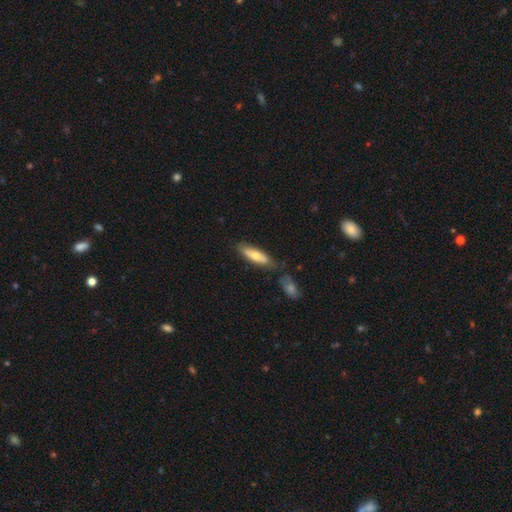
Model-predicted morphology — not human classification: A smooth galaxy with no disk features (65%) that is cigar-shaped (58%).

Vote fractions:
- Smooth or featured? smooth: 65% / featured or disk: 29% / star or artifact: 6%
- How rounded? cigar-shaped: 58% / in between: 40% / round: 2%
- Merging? none: 65% / minor disturbance: 18% / merger: 12% / major disturbance: 4%